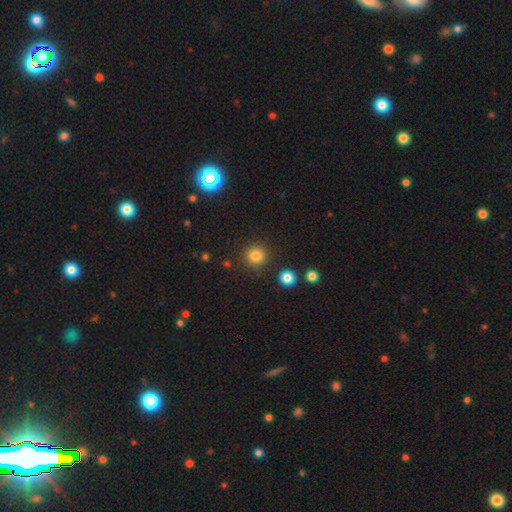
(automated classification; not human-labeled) smooth_or_featured: smooth (p=0.82) [alt: star or artifact p=0.13]
how_rounded: round (p=0.94) [alt: in between p=0.05]
merging: none (p=0.89) [alt: minor disturbance p=0.06]